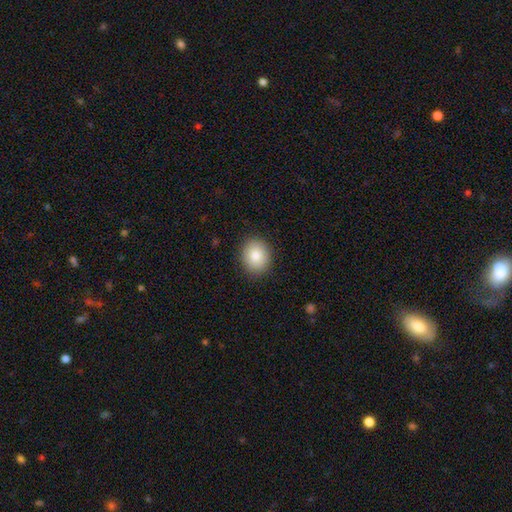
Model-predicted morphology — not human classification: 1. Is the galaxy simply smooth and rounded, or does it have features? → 84% smooth, 8% star or artifact, 8% featured or disk.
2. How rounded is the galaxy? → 65% round, 34% in between, 1% cigar-shaped.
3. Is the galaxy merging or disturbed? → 89% none, 8% minor disturbance, 2% major disturbance, 1% merger.